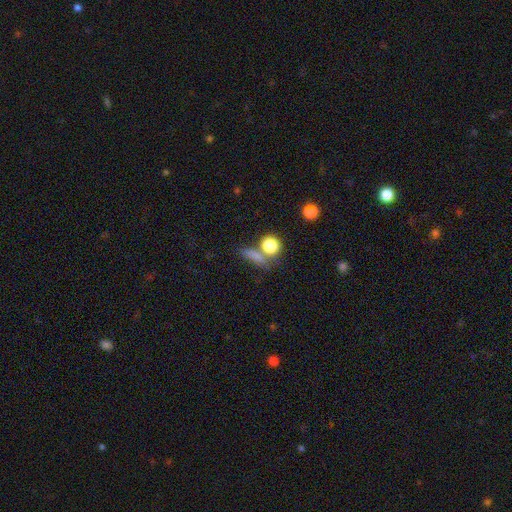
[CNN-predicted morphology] Smooth or featured: smooth — 74% (star or artifact — 16%)
How rounded: round — 43% (cigar-shaped — 30%)
Merging: none — 60% (merger — 19%)